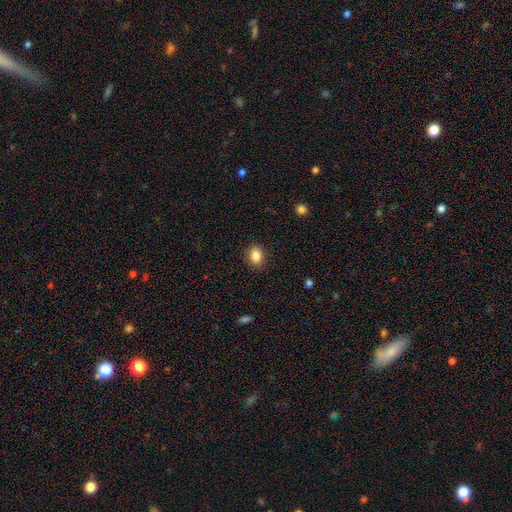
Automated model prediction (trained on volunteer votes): A smooth galaxy with no disk features (85%) that is in between round and cigar-shaped (60%). Merging: none (88%).